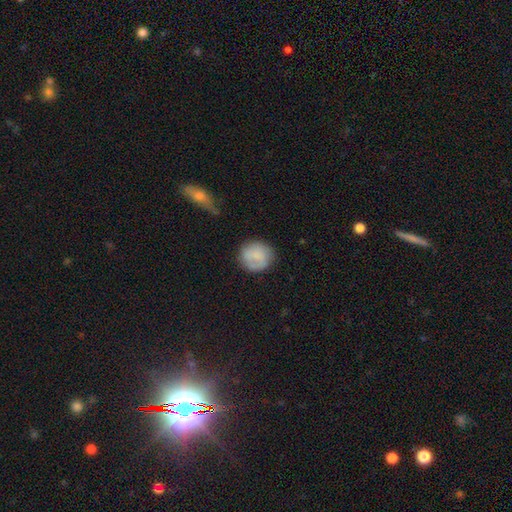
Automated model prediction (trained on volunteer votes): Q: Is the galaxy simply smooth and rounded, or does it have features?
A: smooth — 74%.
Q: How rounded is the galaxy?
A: round — 88%.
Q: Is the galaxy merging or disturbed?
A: none — 72%.